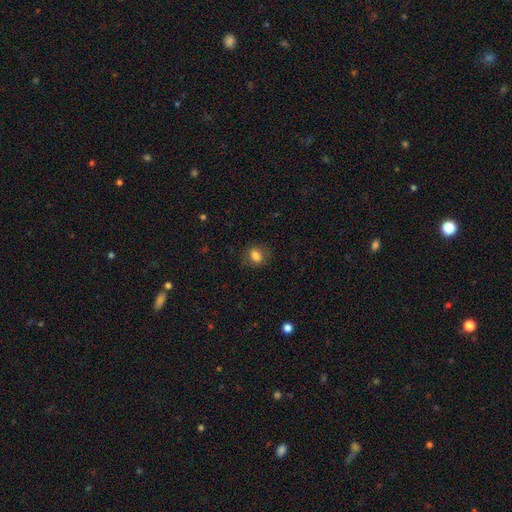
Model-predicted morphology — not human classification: Smooth or featured? Predicted: smooth (p=0.81). How rounded? Predicted: in between (p=0.51). Merging? Predicted: none (p=0.79).